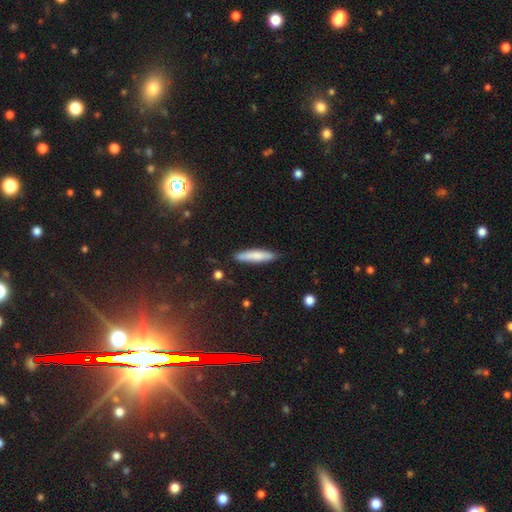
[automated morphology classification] Overall: smooth (76%). How rounded: cigar-shaped (84%). Merging: none (84%).